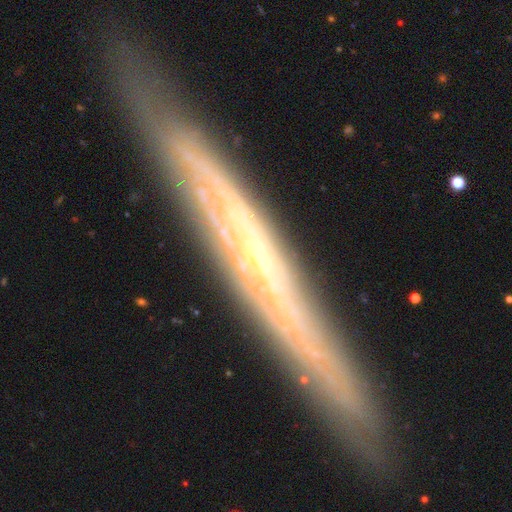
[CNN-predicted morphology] This is likely a featured or disk galaxy (77%). It is clearly viewed edge-on (81%). Edge-on bulge: likely none (62%). Merging: clearly none (85%).